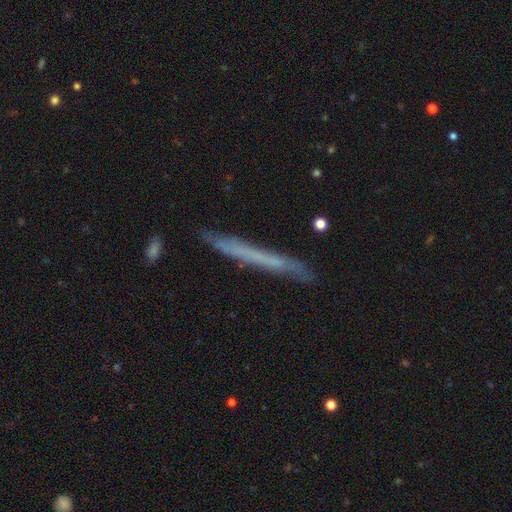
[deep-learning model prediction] Smooth or featured: featured or disk — 50% (smooth — 43%)
Merging: none — 82% (minor disturbance — 14%)